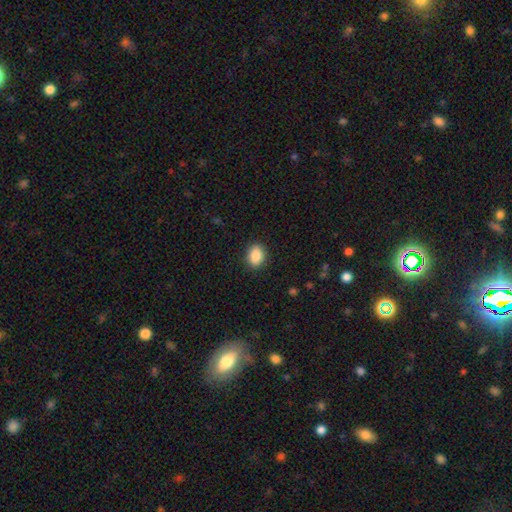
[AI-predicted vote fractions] Morphology: type=smooth (87%); roundness=in between (69%); merging=none (89%).